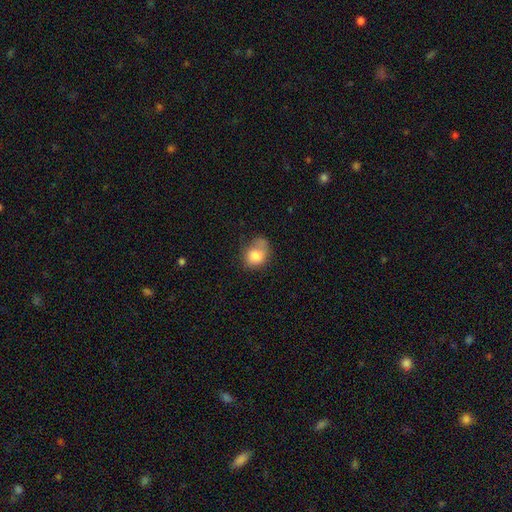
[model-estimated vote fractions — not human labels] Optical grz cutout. It shows a smooth galaxy with no disk features (78%) that is in between round and cigar-shaped (54%). Merging: none (39%).